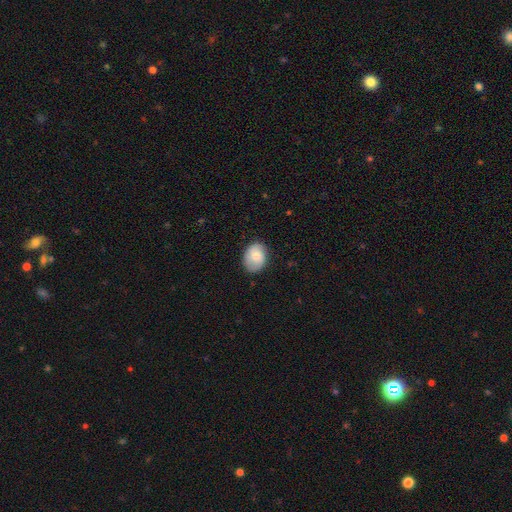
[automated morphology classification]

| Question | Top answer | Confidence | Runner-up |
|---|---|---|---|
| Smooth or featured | smooth | 74% | featured or disk (19%) |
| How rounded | in between | 66% | round (33%) |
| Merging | none | 78% | minor disturbance (17%) |